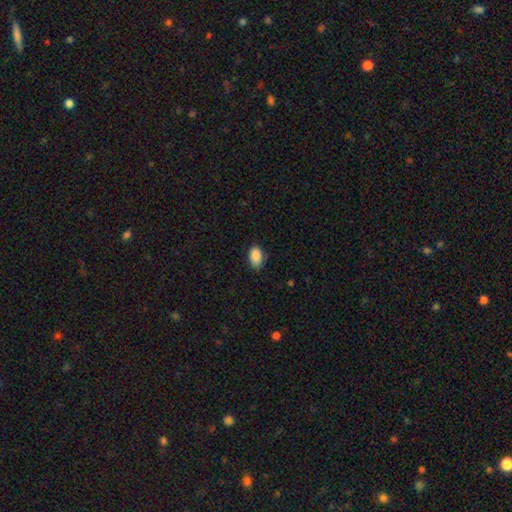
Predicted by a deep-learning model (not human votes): Smooth or featured?
  - smooth: 88% *
  - star or artifact: 7%
  - featured or disk: 4%
How rounded?
  - in between: 92% *
  - round: 7%
  - cigar-shaped: 2%
Merging?
  - none: 78% *
  - minor disturbance: 18%
  - major disturbance: 3%
  - merger: 1%